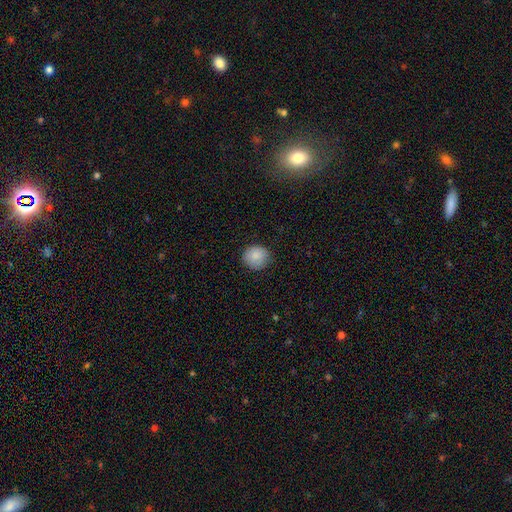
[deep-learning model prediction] Smooth or featured?
  - smooth: 87% *
  - star or artifact: 7%
  - featured or disk: 6%
How rounded?
  - round: 85% *
  - in between: 14%
  - cigar-shaped: 1%
Merging?
  - none: 82% *
  - minor disturbance: 14%
  - major disturbance: 3%
  - merger: 1%